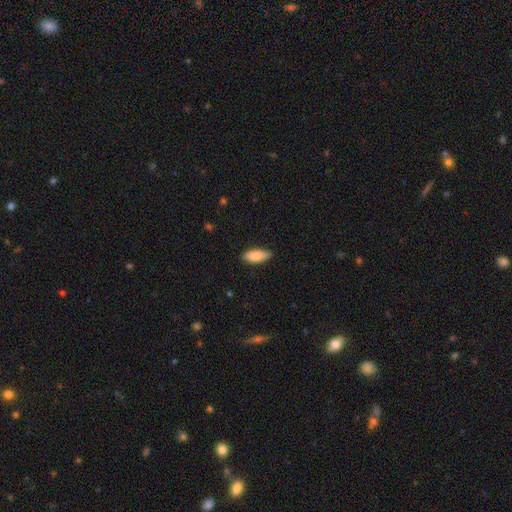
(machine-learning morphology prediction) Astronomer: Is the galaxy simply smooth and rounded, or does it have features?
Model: smooth — 87%.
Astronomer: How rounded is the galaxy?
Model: in between — 79%.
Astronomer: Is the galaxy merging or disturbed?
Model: none — 85%.